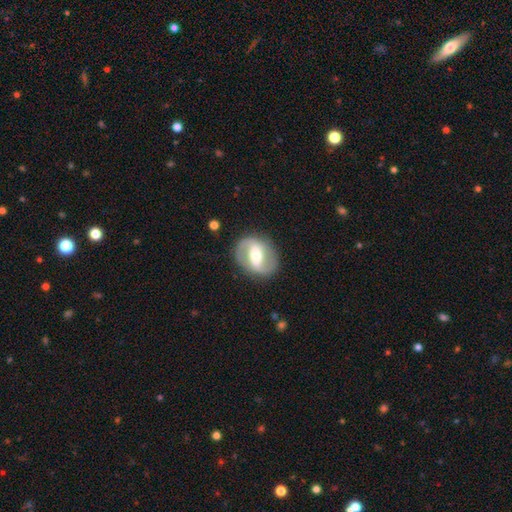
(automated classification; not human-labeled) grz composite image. It shows a featured or disk galaxy (79%) with a strong bar (49%), 2 (90%) medium (47%) spiral arms (82%) and a moderate central bulge (65%). Merging: none (85%).